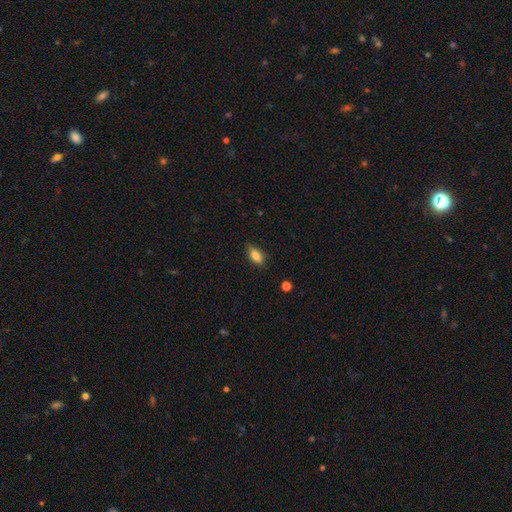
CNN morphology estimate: A smooth galaxy with no disk features (80%) that is in between round and cigar-shaped (83%).

Vote fractions:
- Smooth or featured? smooth: 80% / featured or disk: 11% / star or artifact: 9%
- How rounded? in between: 83% / cigar-shaped: 12% / round: 5%
- Merging? none: 79% / minor disturbance: 17% / major disturbance: 3% / merger: 2%